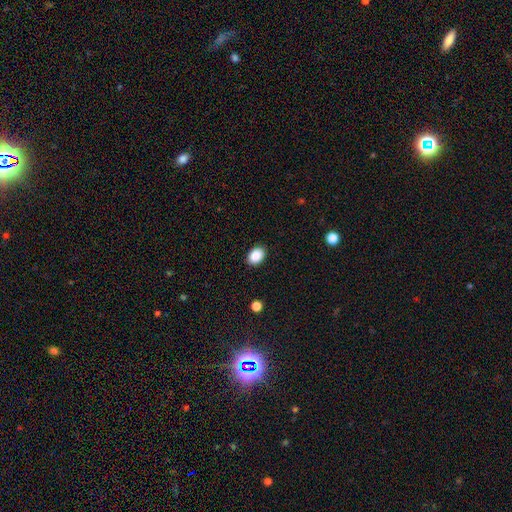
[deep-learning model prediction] Q: Smooth or featured?
A: smooth (89%); runner-up: star or artifact (8%)
Q: How rounded?
A: in between (78%); runner-up: round (21%)
Q: Merging?
A: none (90%); runner-up: minor disturbance (7%)